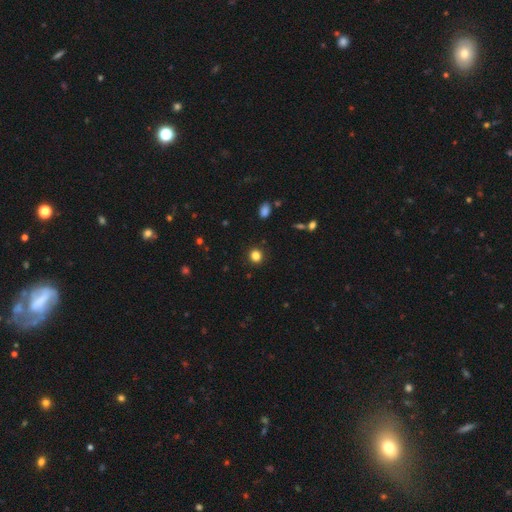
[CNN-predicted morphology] Smooth or featured: smooth — 83% (star or artifact — 13%)
How rounded: round — 89% (in between — 10%)
Merging: none — 91% (minor disturbance — 5%)